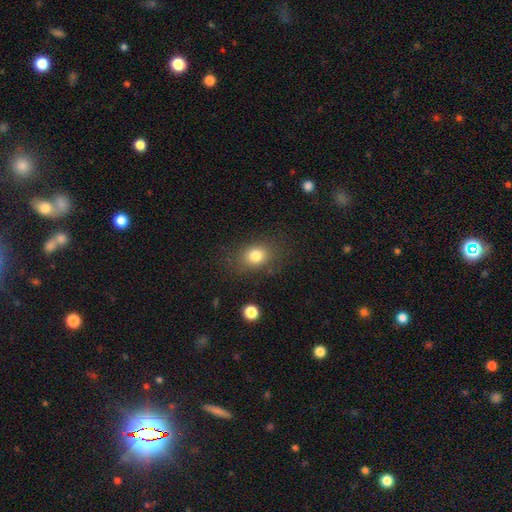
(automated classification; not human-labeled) smooth 80%, star or artifact 12%, featured or disk 9%. Down the decision tree: how rounded — in between (54%); merging — none (79%).